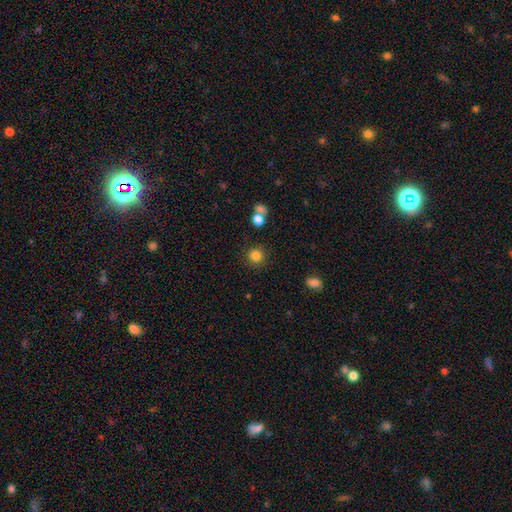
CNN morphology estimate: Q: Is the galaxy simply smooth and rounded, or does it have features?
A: smooth — 83%.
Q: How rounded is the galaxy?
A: round — 93%.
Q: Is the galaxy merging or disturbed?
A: none — 87%.